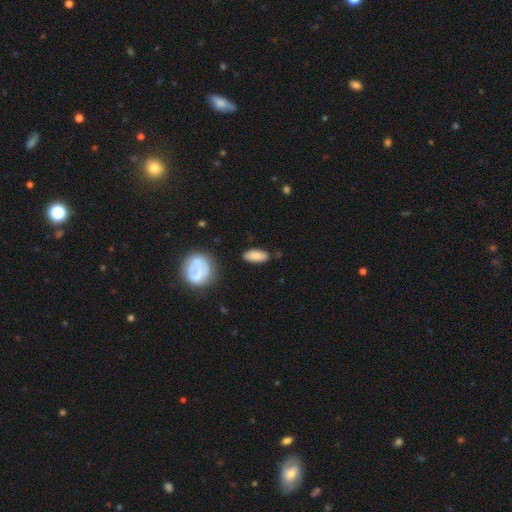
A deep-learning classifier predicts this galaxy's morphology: smooth 83%, featured or disk 10%, star or artifact 7%. Down the decision tree: how rounded — in between (84%); merging — none (83%).